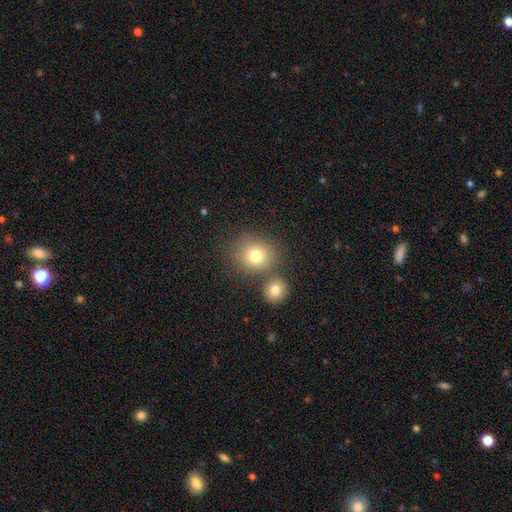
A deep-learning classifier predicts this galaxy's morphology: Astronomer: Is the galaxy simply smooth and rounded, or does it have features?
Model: smooth — 78%.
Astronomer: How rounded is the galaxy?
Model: round — 78%.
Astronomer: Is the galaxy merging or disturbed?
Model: none — 64%.